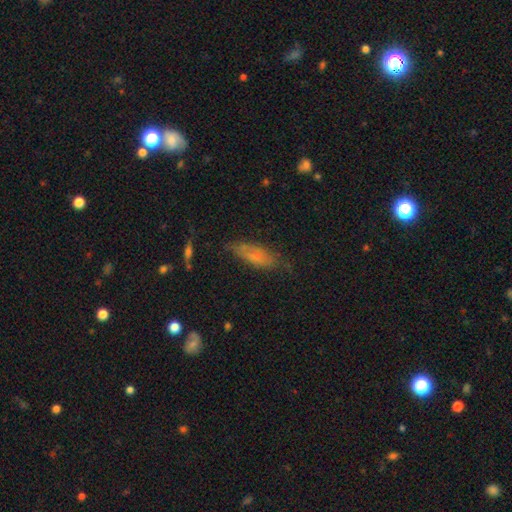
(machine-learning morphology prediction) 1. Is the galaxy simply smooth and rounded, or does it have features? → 67% smooth, 23% featured or disk, 10% star or artifact.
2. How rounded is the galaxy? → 52% in between, 46% cigar-shaped, 2% round.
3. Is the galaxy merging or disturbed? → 63% none, 25% minor disturbance, 9% major disturbance, 3% merger.